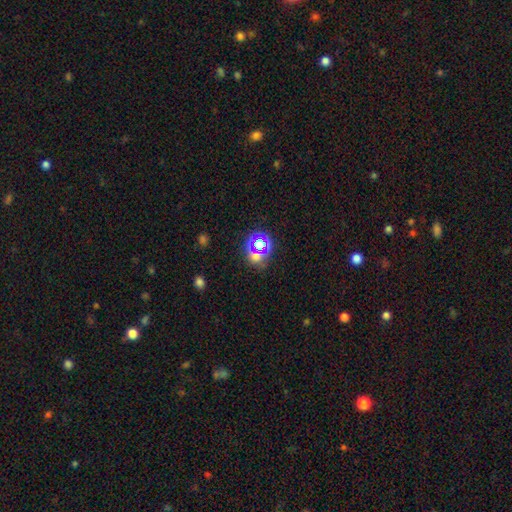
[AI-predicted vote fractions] Smooth or featured: star or artifact — 56% (smooth — 33%)